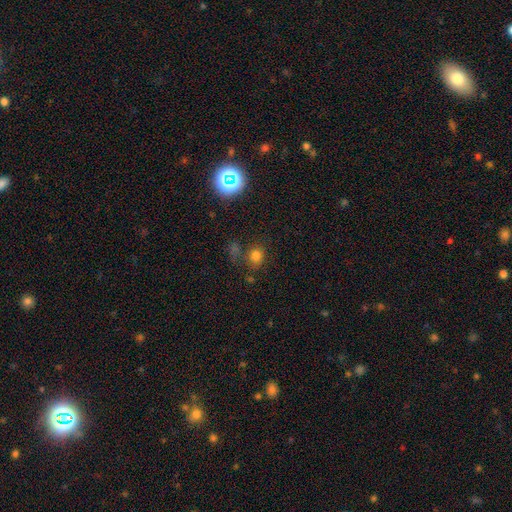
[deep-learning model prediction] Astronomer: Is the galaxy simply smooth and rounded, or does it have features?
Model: smooth — 73%.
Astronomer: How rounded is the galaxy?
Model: round — 70%.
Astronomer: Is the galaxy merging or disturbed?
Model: none — 70%.